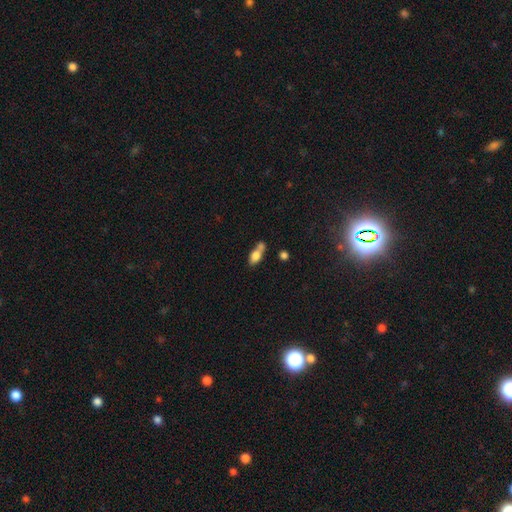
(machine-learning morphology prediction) A smooth galaxy with no disk features (76%) that is in between round and cigar-shaped (80%).

Vote fractions:
- Smooth or featured? smooth: 76% / featured or disk: 14% / star or artifact: 9%
- How rounded? in between: 80% / round: 10% / cigar-shaped: 10%
- Merging? merger: 50% / none: 32% / minor disturbance: 12% / major disturbance: 6%